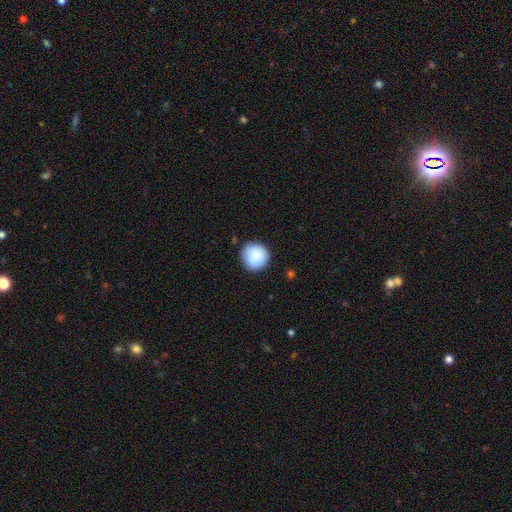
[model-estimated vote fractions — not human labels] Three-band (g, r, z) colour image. It shows a smooth galaxy with no disk features (87%) that is round (95%). Merging: none (88%).